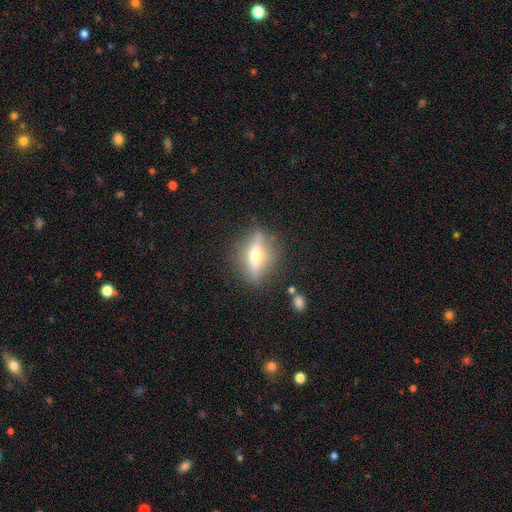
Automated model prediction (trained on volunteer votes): Q: Smooth or featured?
A: featured or disk (64%); runner-up: smooth (27%)
Q: Edge-on disk?
A: yes (85%); runner-up: no (15%)
Q: Edge-on bulge?
A: rounded (93%); runner-up: boxy (4%)
Q: Merging?
A: none (83%); runner-up: minor disturbance (12%)